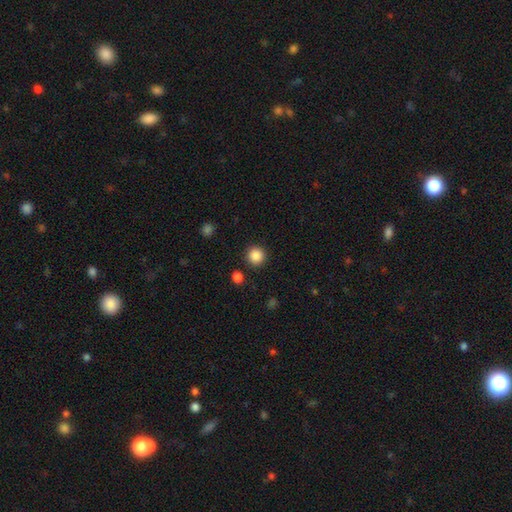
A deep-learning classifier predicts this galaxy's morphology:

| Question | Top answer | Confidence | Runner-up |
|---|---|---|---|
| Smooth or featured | smooth | 87% | star or artifact (10%) |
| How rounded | round | 95% | in between (4%) |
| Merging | none | 91% | minor disturbance (5%) |